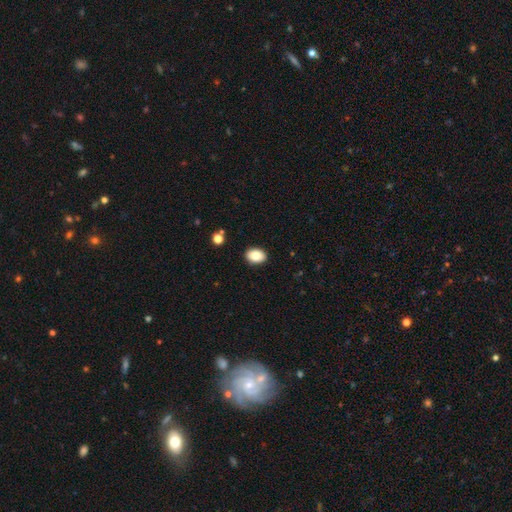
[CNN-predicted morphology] Smooth or featured? Predicted: smooth (p=0.83). How rounded? Predicted: in between (p=0.77). Merging? Predicted: none (p=0.89).